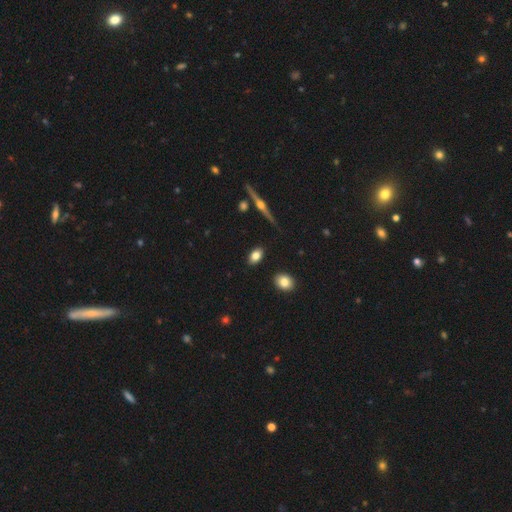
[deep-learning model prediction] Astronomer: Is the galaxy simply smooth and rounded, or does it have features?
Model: smooth — 79%.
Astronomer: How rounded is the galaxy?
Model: in between — 85%.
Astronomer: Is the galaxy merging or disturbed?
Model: none — 87%.